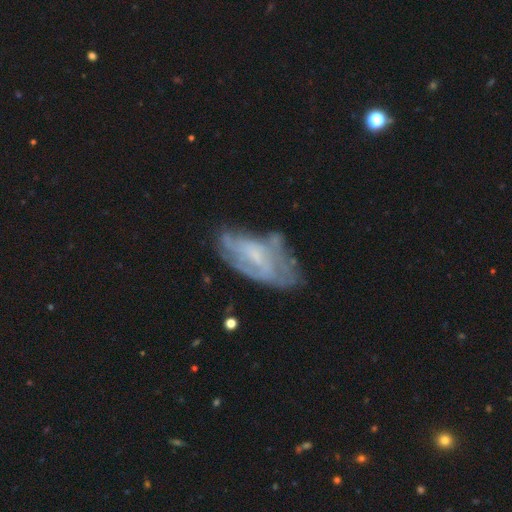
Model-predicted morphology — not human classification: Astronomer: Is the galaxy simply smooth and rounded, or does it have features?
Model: featured or disk — 64%.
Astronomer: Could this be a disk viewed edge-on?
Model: no — 92%.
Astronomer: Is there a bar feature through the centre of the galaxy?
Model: no — 56% (runner-up: weak, 35%).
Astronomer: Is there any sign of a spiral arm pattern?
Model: yes — 55% (runner-up: no, 45%).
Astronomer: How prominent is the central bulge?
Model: small — 47% (runner-up: none, 30%).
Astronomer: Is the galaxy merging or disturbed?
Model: none — 45% (runner-up: minor disturbance, 28%).